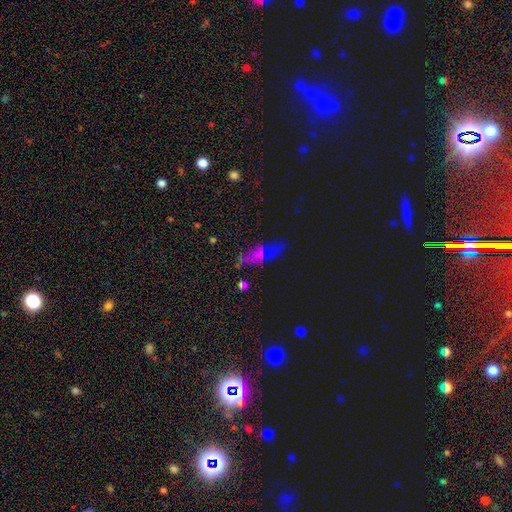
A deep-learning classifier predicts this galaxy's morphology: The model was most divided on "smooth or featured": smooth: 46%, star or artifact: 33%, featured or disk: 20%. More confident: merging — none (67%).